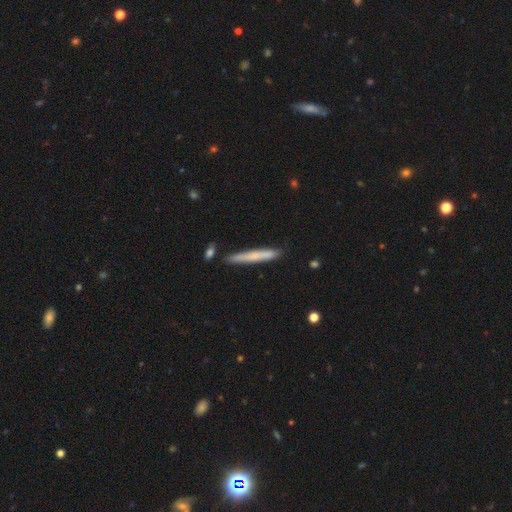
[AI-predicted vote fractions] Overall: smooth (66%; featured or disk 28%). How rounded: cigar-shaped (96%). Merging: none (84%).